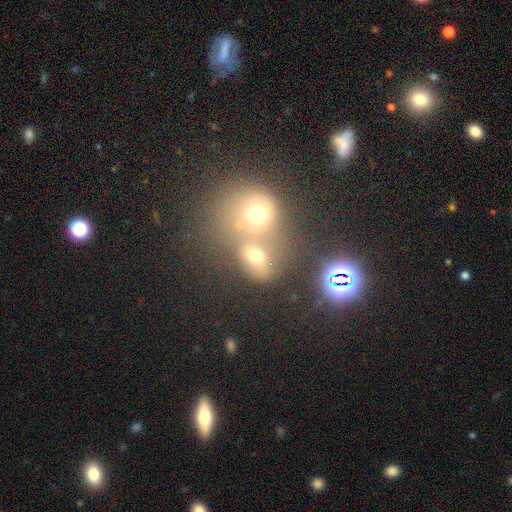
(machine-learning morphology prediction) Q: Smooth or featured?
A: smooth (66%); runner-up: star or artifact (18%)
Q: How rounded?
A: round (57%); runner-up: in between (41%)
Q: Merging?
A: merger (56%); runner-up: none (30%)